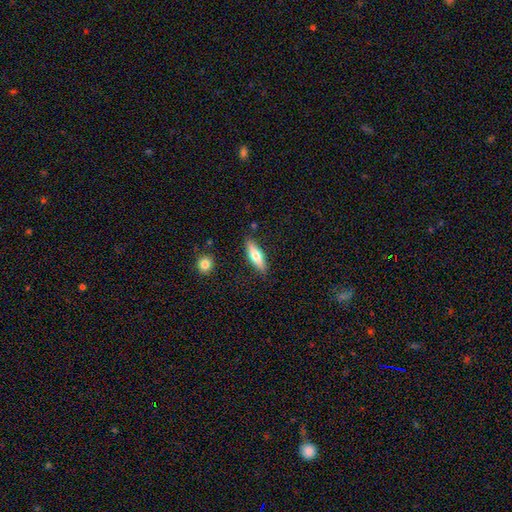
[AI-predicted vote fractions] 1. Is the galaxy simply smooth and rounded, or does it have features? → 64% smooth, 30% featured or disk, 6% star or artifact.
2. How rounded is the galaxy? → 55% cigar-shaped, 43% in between, 2% round.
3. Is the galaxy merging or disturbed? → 85% none, 11% minor disturbance, 2% major disturbance, 2% merger.